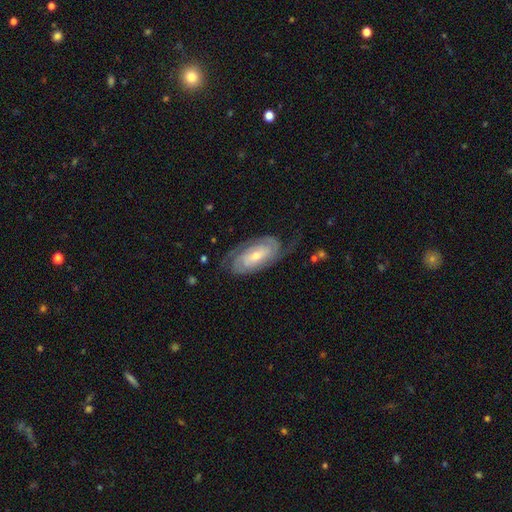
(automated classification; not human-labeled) featured or disk 82%, smooth 12%, star or artifact 5%. Down the decision tree: edge-on disk — no (94%); bar — no (55%); spiral arms — yes (95%); spiral arm count — 2 (66%); spiral winding — tight (66%); bulge size — small (55%); merging — none (72%).